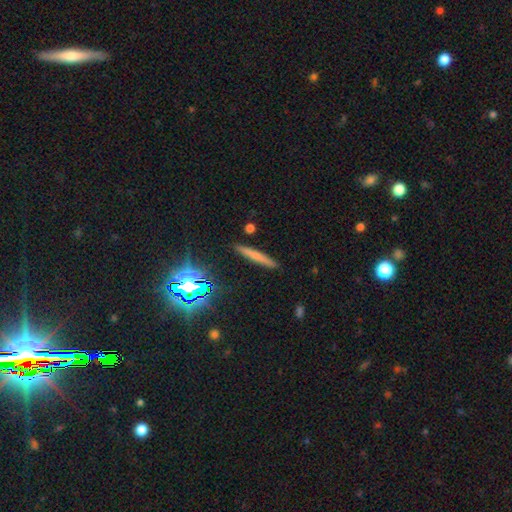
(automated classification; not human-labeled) A smooth galaxy with no disk features (59%) that is cigar-shaped (93%).

Vote fractions:
- Smooth or featured? smooth: 59% / featured or disk: 27% / star or artifact: 14%
- How rounded? cigar-shaped: 93% / in between: 4% / round: 3%
- Merging? none: 89% / minor disturbance: 7% / major disturbance: 2% / merger: 2%